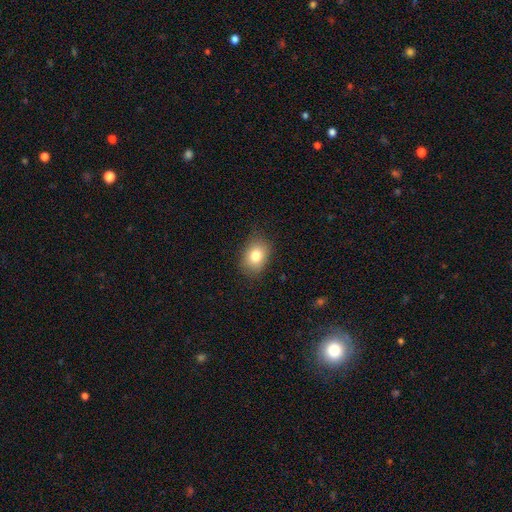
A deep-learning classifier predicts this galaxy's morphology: Smooth or featured? Predicted: smooth (p=0.80). How rounded? Predicted: in between (p=0.67). Merging? Predicted: none (p=0.80).